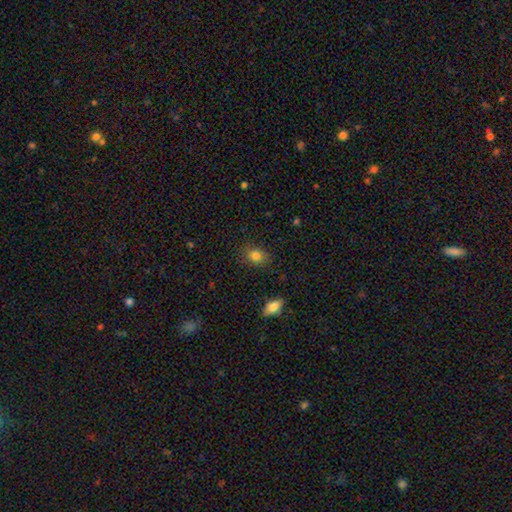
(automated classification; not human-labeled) This is clearly a smooth galaxy (83%). How rounded: possibly in between (55%). Merging: clearly none (84%).